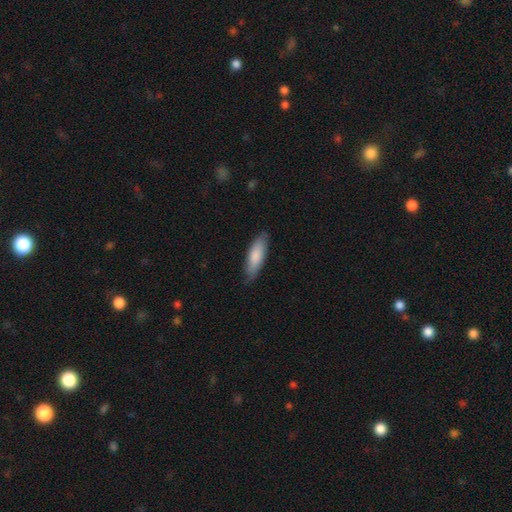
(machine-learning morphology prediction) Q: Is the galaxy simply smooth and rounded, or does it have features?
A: smooth — 81%.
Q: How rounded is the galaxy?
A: cigar-shaped — 49%, tied with in between.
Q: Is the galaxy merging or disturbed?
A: none — 79%.